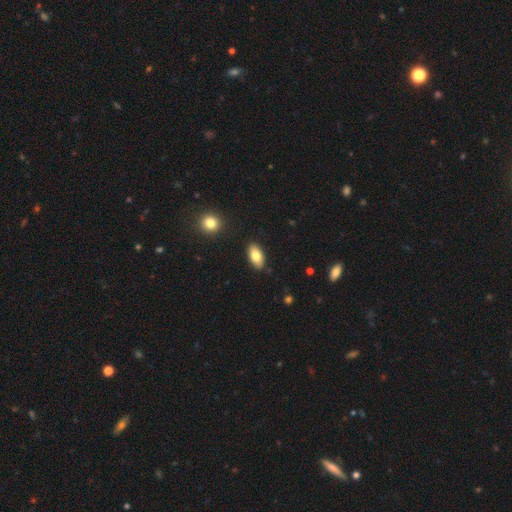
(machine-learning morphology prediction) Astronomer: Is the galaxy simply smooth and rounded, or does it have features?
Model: smooth — 81%.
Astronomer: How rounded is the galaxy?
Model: in between — 93%.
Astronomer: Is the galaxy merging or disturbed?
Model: none — 88%.